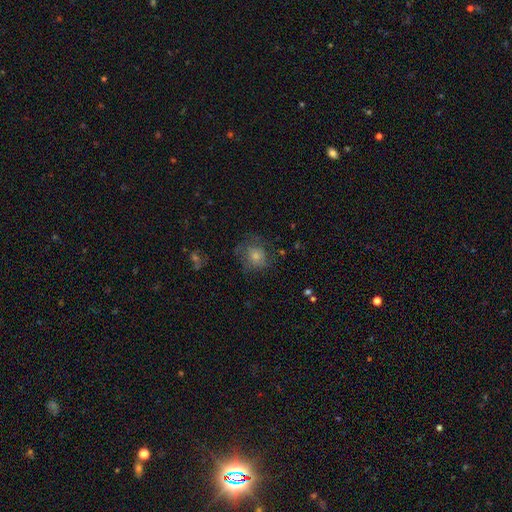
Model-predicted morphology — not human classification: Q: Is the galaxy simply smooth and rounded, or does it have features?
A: smooth — 46%.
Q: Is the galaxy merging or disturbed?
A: none — 69%.